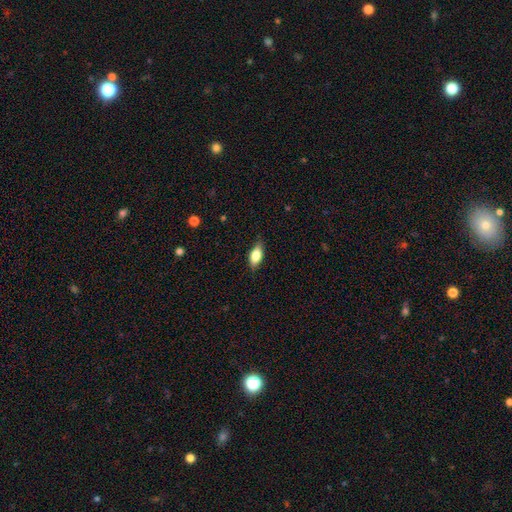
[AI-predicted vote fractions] Smooth or featured?
  - smooth: 74% *
  - featured or disk: 19%
  - star or artifact: 7%
How rounded?
  - in between: 83% *
  - cigar-shaped: 13%
  - round: 4%
Merging?
  - none: 83% *
  - minor disturbance: 13%
  - major disturbance: 3%
  - merger: 1%